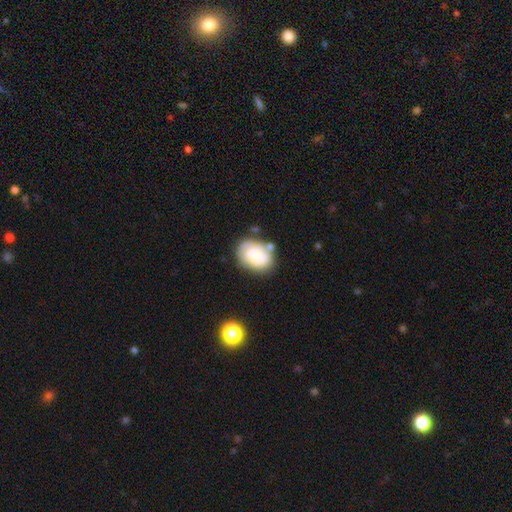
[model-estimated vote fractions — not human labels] Smooth or featured?
  - smooth: 54% *
  - featured or disk: 38%
  - star or artifact: 8%
How rounded?
  - in between: 72% *
  - round: 27%
  - cigar-shaped: 1%
Merging?
  - none: 63% *
  - minor disturbance: 21%
  - merger: 9%
  - major disturbance: 7%